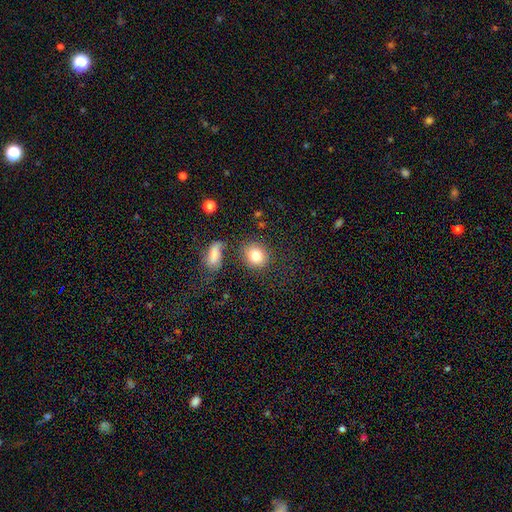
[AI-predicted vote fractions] A smooth galaxy with no disk features (82%) that is round (69%).

Vote fractions:
- Smooth or featured? smooth: 82% / star or artifact: 10% / featured or disk: 8%
- How rounded? round: 69% / in between: 30% / cigar-shaped: 1%
- Merging? none: 74% / minor disturbance: 12% / merger: 8% / major disturbance: 6%